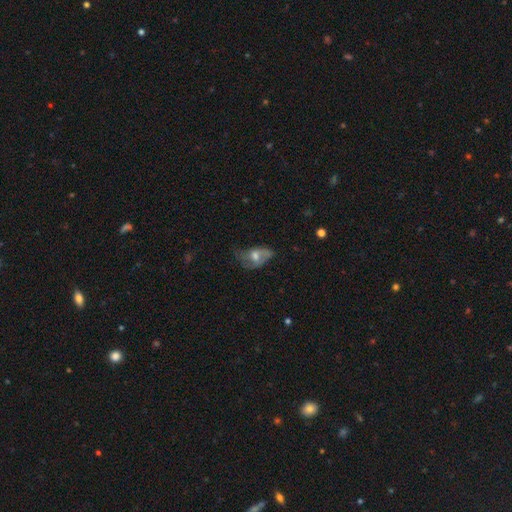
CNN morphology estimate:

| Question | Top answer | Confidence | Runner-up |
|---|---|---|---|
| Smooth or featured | smooth | 47% | featured or disk (44%) |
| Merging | major disturbance | 36% | minor disturbance (32%) |